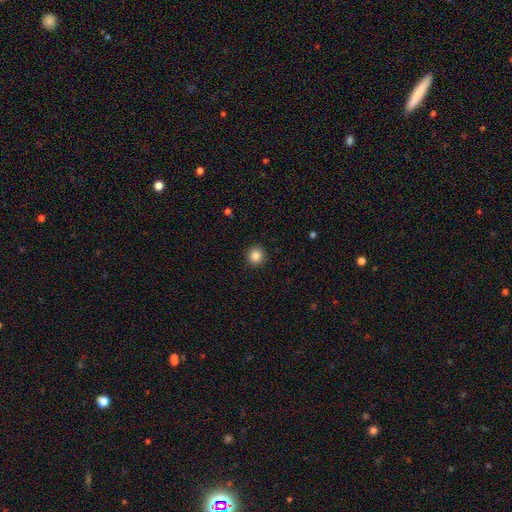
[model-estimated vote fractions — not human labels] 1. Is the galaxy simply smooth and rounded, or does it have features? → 85% smooth, 11% star or artifact, 5% featured or disk.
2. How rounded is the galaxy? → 94% round, 6% in between, 1% cigar-shaped.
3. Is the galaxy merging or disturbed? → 93% none, 5% minor disturbance, 2% major disturbance, 1% merger.